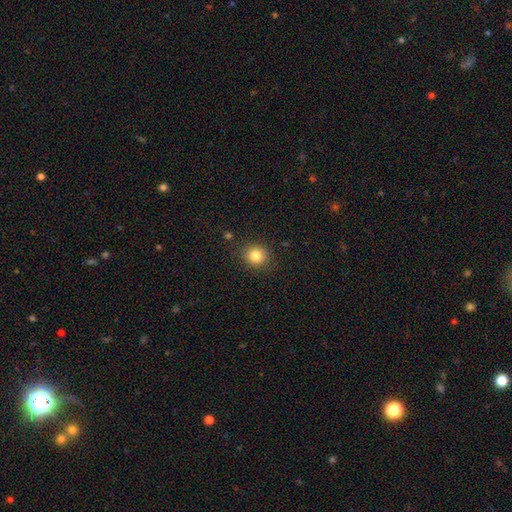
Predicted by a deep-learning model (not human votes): Smooth or featured? Predicted: smooth (p=0.83). How rounded? Predicted: round (p=0.80). Merging? Predicted: none (p=0.87).